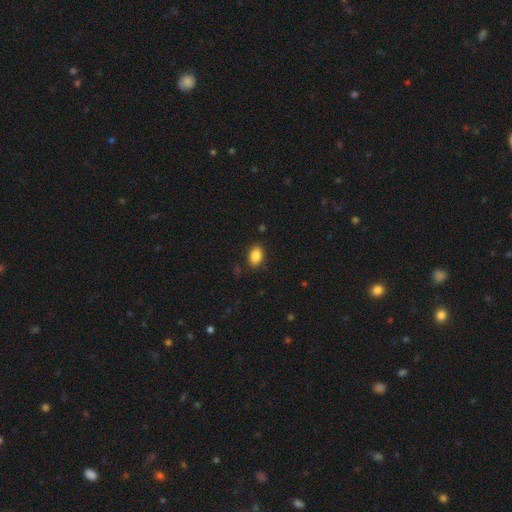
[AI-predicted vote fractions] This appears to be a smooth galaxy with no disk features (87%) that is in between round and cigar-shaped (87%). Merging: none (85%).